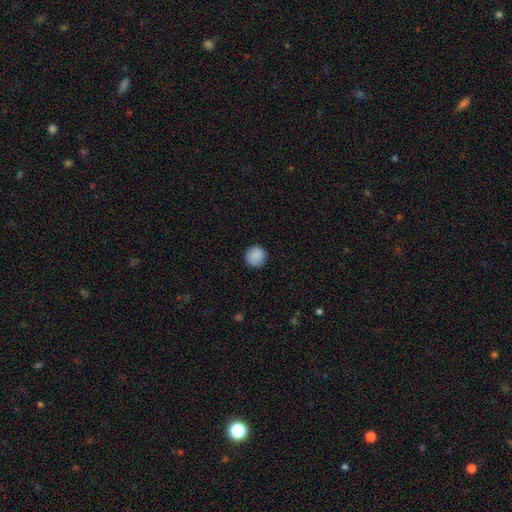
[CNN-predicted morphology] type=smooth (89%); roundness=round (94%); merging=none (91%).